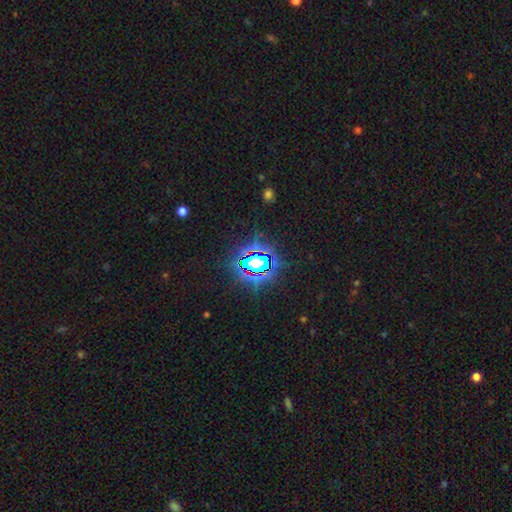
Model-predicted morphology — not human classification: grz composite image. It shows a star or artifact, not a galaxy (79%).